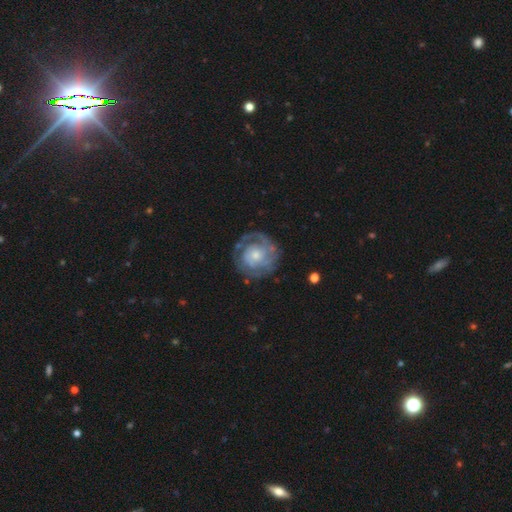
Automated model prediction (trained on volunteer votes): smooth_or_featured: featured or disk (p=0.82) [alt: smooth p=0.13]
disk_edge_on: no (p=0.98) [alt: yes p=0.02]
bar: no (p=0.78) [alt: weak p=0.18]
has_spiral_arms: yes (p=0.92) [alt: no p=0.08]
spiral_winding: tight (p=0.69) [alt: medium p=0.24]
spiral_arm_count: 2 (p=0.35) [alt: can't tell p=0.31]
bulge_size: small (p=0.55) [alt: moderate p=0.37]
merging: none (p=0.76) [alt: minor disturbance p=0.15]